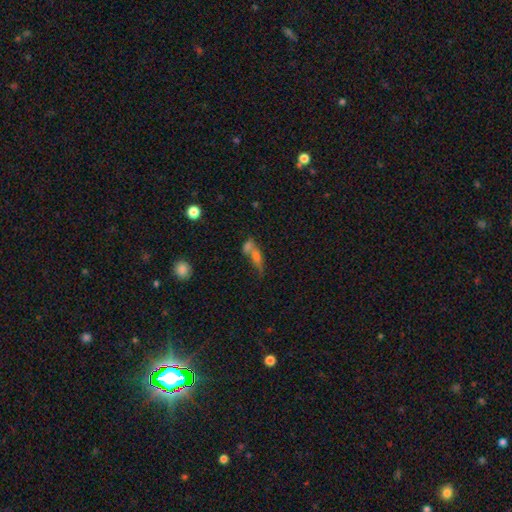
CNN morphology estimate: type=smooth (57%); roundness=in between (55%); merging=merger (53%).